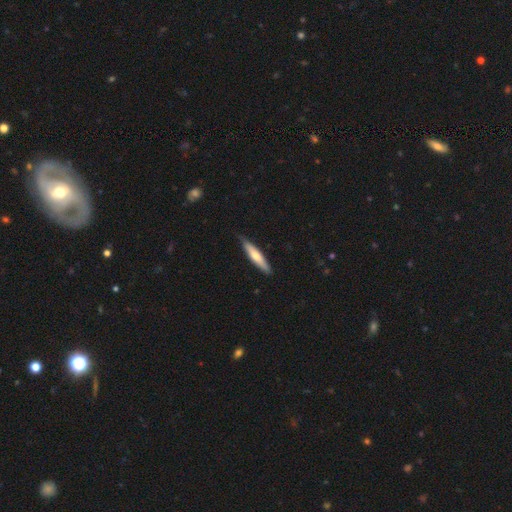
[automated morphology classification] Q: Smooth or featured?
A: smooth (59%); runner-up: featured or disk (36%)
Q: How rounded?
A: cigar-shaped (87%); runner-up: in between (12%)
Q: Merging?
A: none (83%); runner-up: minor disturbance (14%)